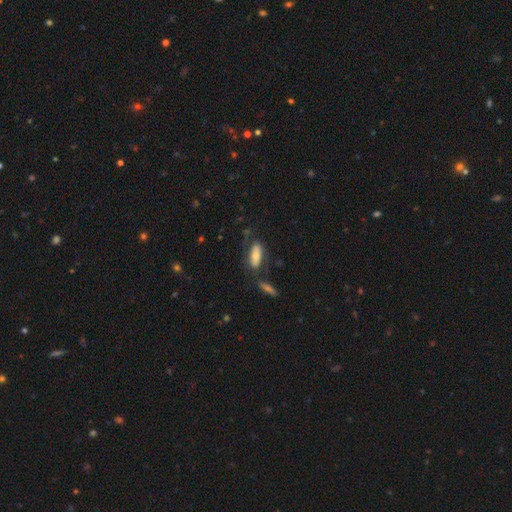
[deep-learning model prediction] The model was most divided on "smooth or featured": smooth: 67%, featured or disk: 26%, star or artifact: 7%. More confident: how rounded — in between (74%); merging — none (61%).